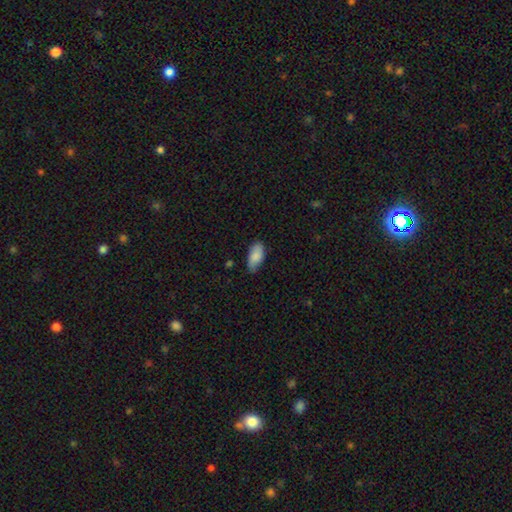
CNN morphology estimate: The model was most divided on "merging": none: 67%, minor disturbance: 28%, major disturbance: 4%, merger: 1%. More confident: how rounded — in between (92%); smooth or featured — smooth (85%).